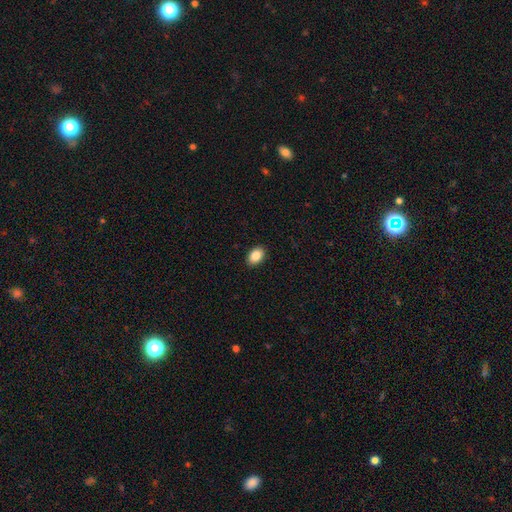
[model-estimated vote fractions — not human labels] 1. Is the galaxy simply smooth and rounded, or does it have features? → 87% smooth, 8% star or artifact, 5% featured or disk.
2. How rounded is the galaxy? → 85% in between, 14% round, 1% cigar-shaped.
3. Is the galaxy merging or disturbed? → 90% none, 7% minor disturbance, 2% major disturbance, 1% merger.